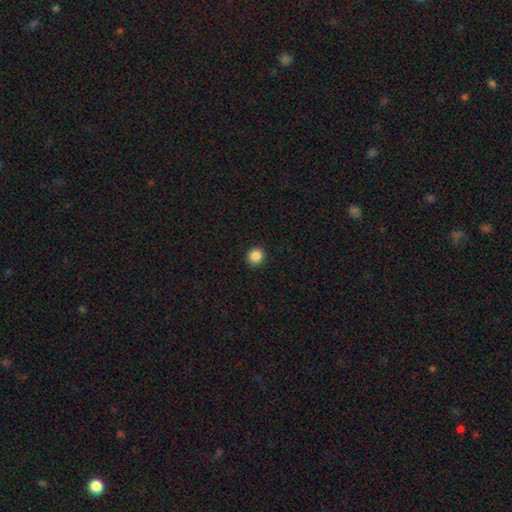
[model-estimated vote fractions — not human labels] This is clearly a smooth galaxy (87%). How rounded: clearly round (92%). Merging: clearly none (92%).